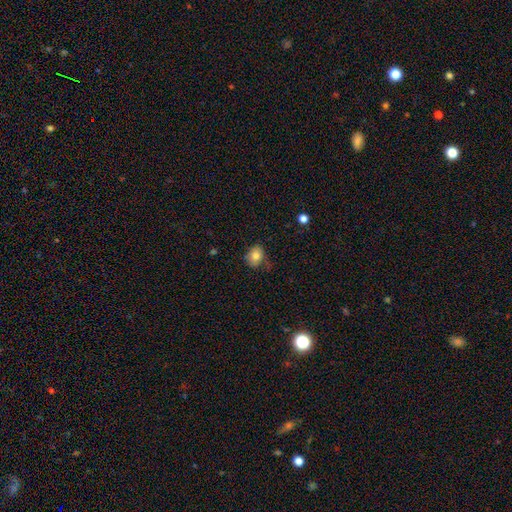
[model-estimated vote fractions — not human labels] Overall: smooth (79%). How rounded: in between (53%; round 46%). Merging: none (67%).